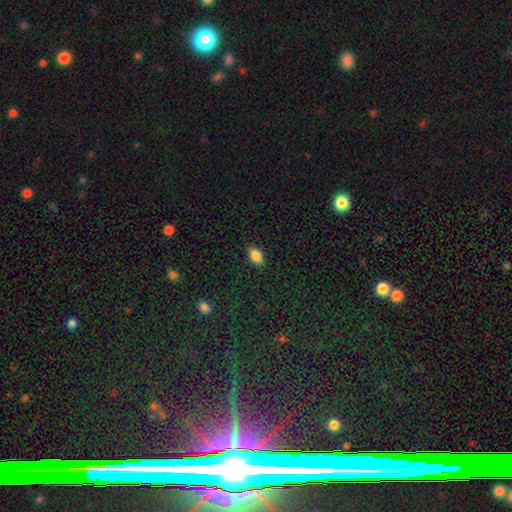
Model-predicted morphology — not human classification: The model was most divided on "smooth or featured": smooth: 84%, star or artifact: 9%, featured or disk: 7%. More confident: how rounded — in between (89%); merging — none (87%).